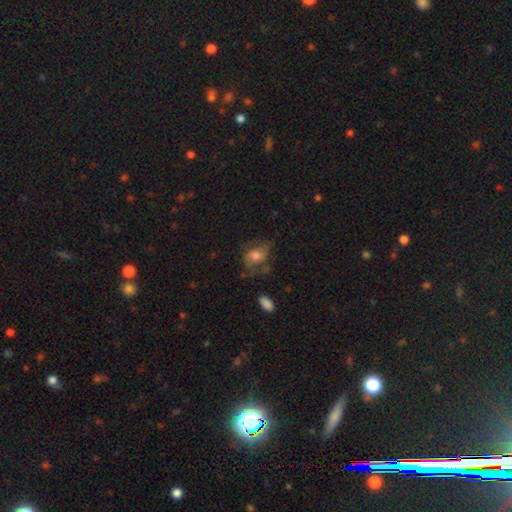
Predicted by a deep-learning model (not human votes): A featured or disk galaxy (49%). Merging: none (52%).